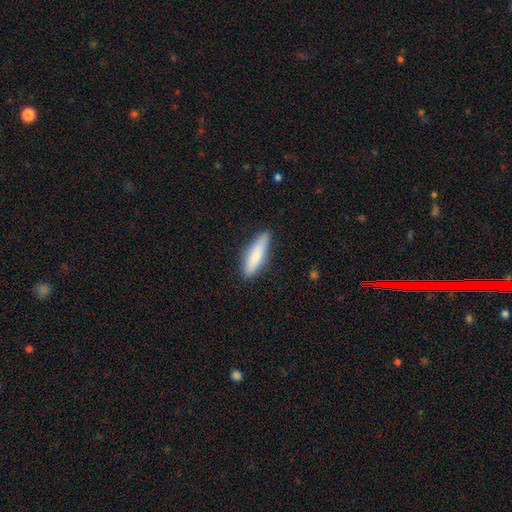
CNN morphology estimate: Overall: smooth (77%). How rounded: cigar-shaped (63%; in between 35%). Merging: none (84%).